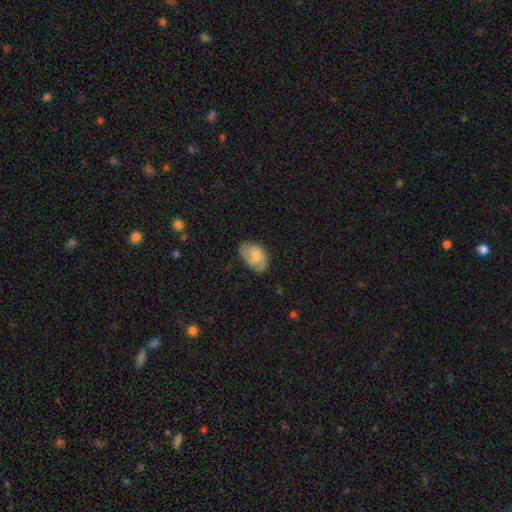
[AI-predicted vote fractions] Smooth or featured: smooth — 65% (featured or disk — 28%)
How rounded: in between — 89% (round — 9%)
Merging: none — 62% (minor disturbance — 28%)